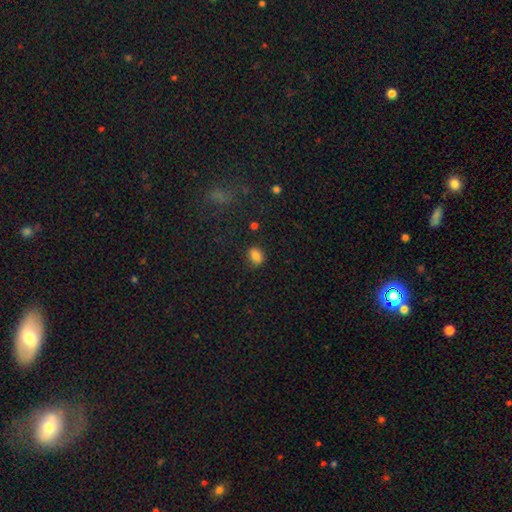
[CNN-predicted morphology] The model was most divided on "how rounded": in between: 53%, round: 46%, cigar-shaped: 1%. More confident: merging — none (84%); smooth or featured — smooth (82%).